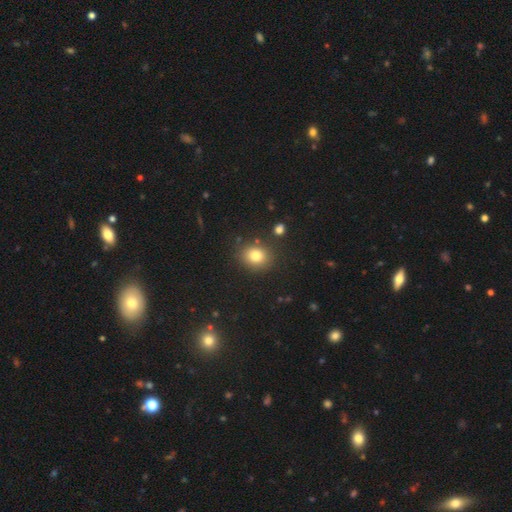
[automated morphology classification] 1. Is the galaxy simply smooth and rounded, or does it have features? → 79% smooth, 13% star or artifact, 8% featured or disk.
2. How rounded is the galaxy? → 66% round, 33% in between, 1% cigar-shaped.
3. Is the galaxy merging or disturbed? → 84% none, 9% minor disturbance, 3% merger, 3% major disturbance.